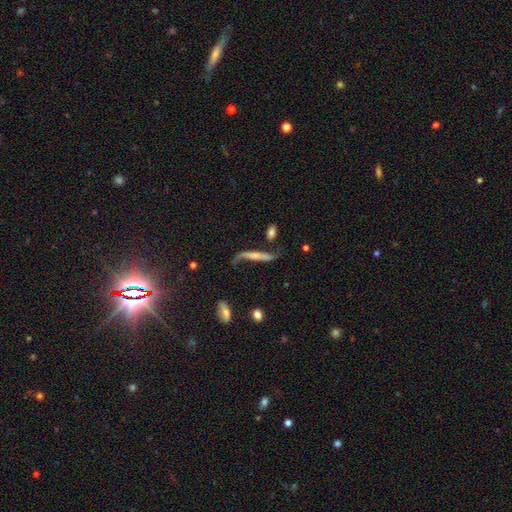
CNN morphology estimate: featured or disk 65%, smooth 27%, star or artifact 8%. Down the decision tree: edge-on disk — no (63%); merging — none (45%).